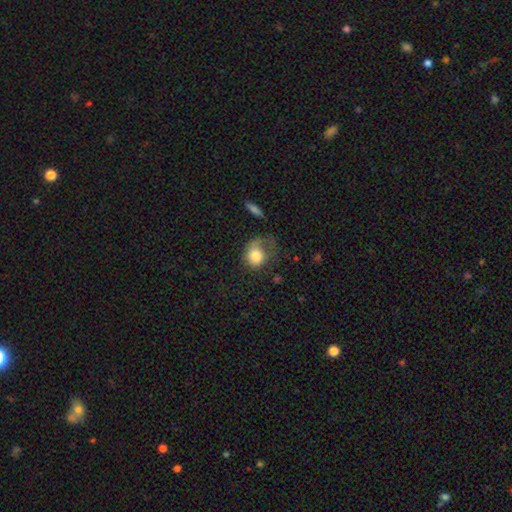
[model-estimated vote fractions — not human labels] Smooth or featured? Predicted: smooth (p=0.76). How rounded? Predicted: round (p=0.60). Merging? Predicted: major disturbance (p=0.41).